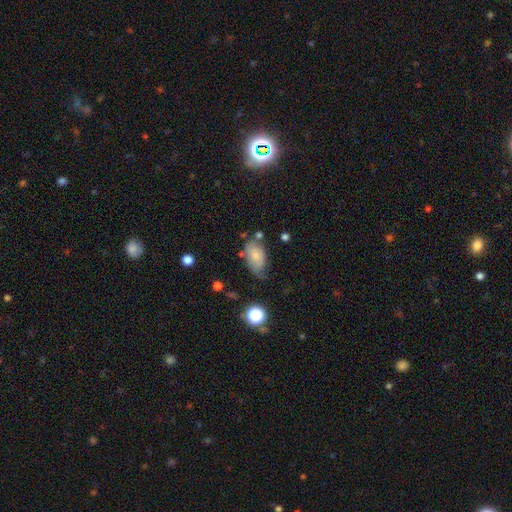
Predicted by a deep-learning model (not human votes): A smooth galaxy with no disk features (73%) that is in between round and cigar-shaped (91%).

Vote fractions:
- Smooth or featured? smooth: 73% / featured or disk: 18% / star or artifact: 9%
- How rounded? in between: 91% / round: 6% / cigar-shaped: 2%
- Merging? none: 46% / minor disturbance: 35% / major disturbance: 13% / merger: 7%